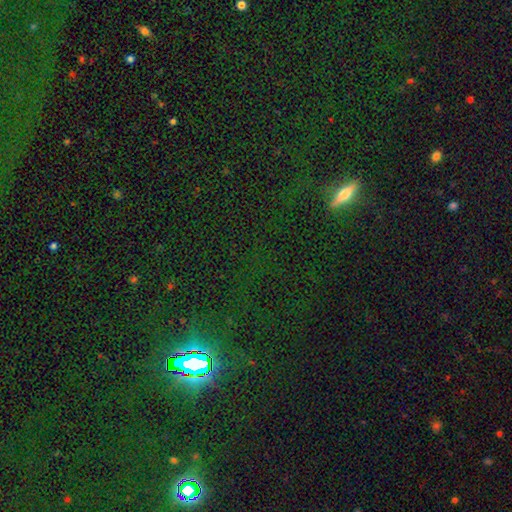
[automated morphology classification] Smooth or featured? Predicted: star or artifact (p=0.65).